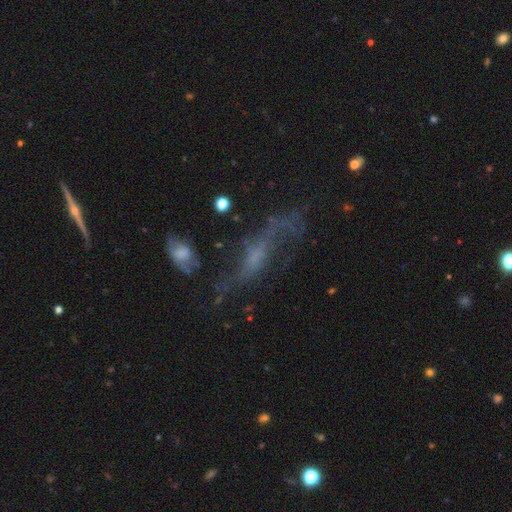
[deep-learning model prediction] featured or disk 63%, smooth 22%, star or artifact 16%. Down the decision tree: edge-on disk — no (75%); merging — none (41%).